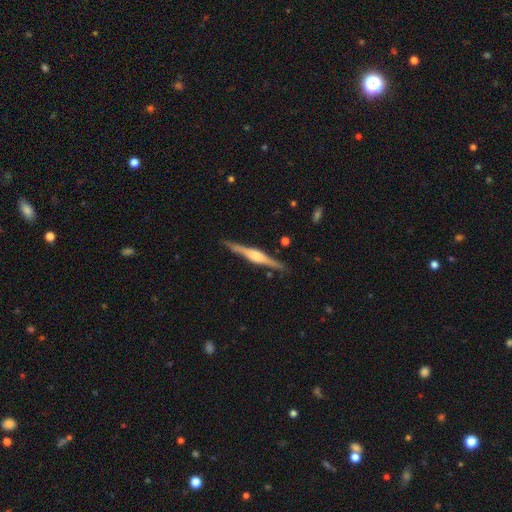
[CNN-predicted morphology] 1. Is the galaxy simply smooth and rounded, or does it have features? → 81% featured or disk, 14% smooth, 5% star or artifact.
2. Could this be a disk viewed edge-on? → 98% yes, 2% no.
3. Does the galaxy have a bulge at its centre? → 78% rounded, 18% boxy, 4% none.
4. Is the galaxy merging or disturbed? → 88% none, 9% minor disturbance, 2% major disturbance, 1% merger.